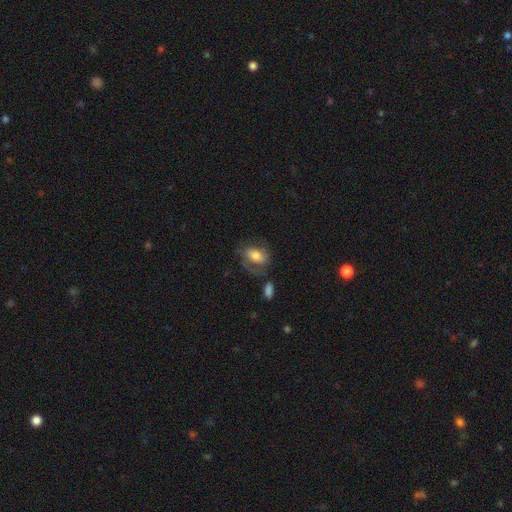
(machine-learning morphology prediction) smooth_or_featured: smooth (p=0.61) [alt: featured or disk p=0.31]
how_rounded: in between (p=0.84) [alt: round p=0.13]
merging: none (p=0.51) [alt: minor disturbance p=0.23]